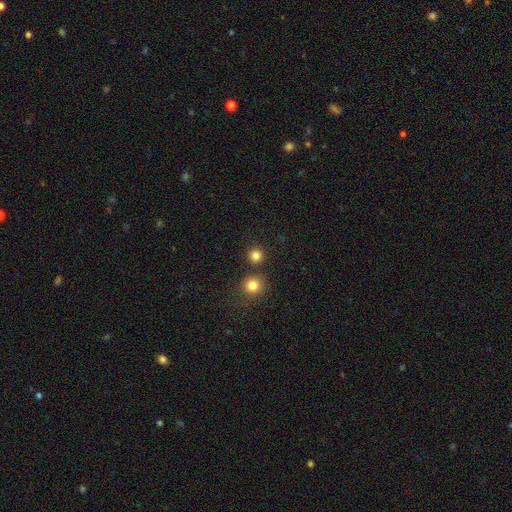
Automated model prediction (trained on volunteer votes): Smooth or featured? smooth (82%)
How rounded? round (94%)
Merging? none (82%)